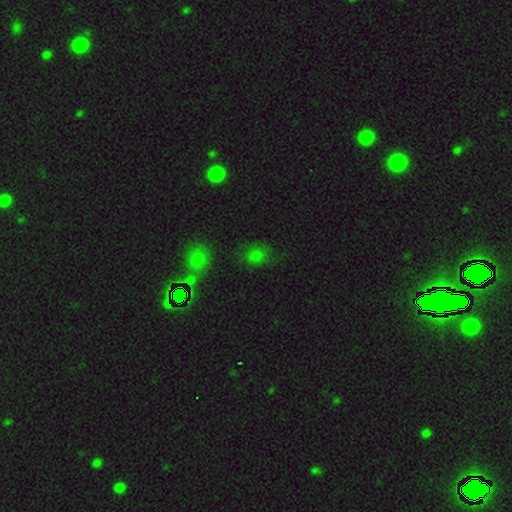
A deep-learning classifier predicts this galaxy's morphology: Smooth or featured: smooth — 69% (star or artifact — 23%)
How rounded: round — 61% (in between — 37%)
Merging: none — 70% (minor disturbance — 18%)